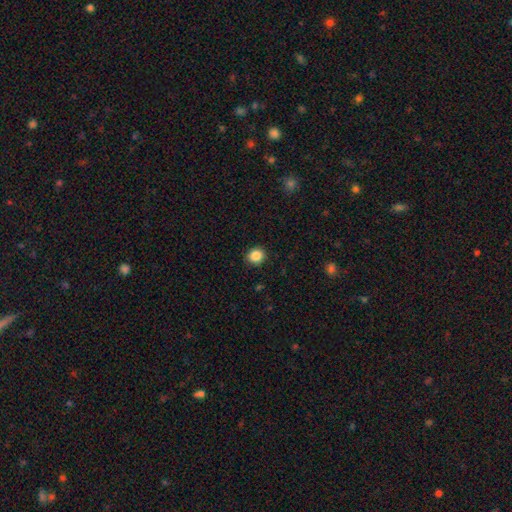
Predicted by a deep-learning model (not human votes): A smooth galaxy with no disk features (86%) that is round (83%). Merging: none (91%).